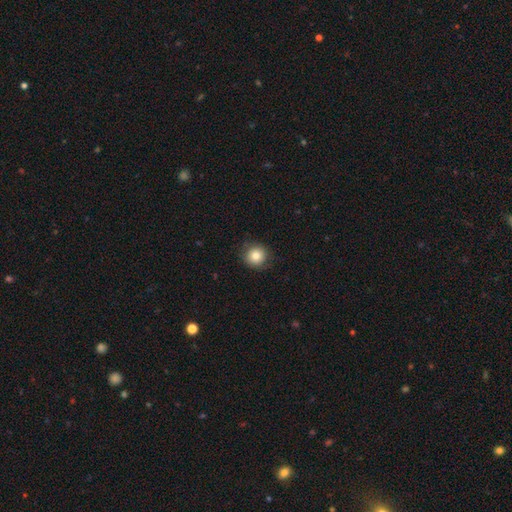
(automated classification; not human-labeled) Smooth or featured? Predicted: smooth (p=0.81). How rounded? Predicted: round (p=0.92). Merging? Predicted: none (p=0.85).